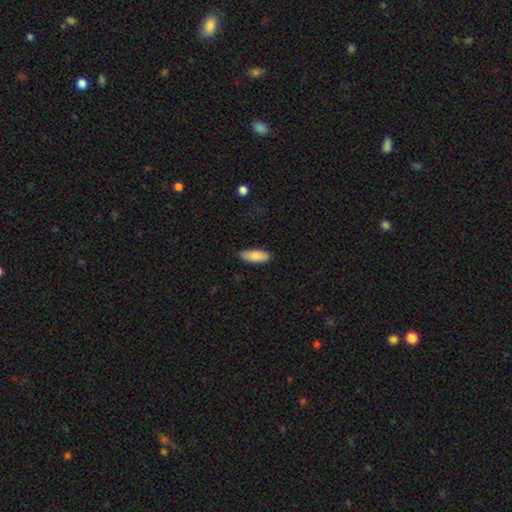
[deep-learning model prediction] Smooth or featured? smooth (88%)
How rounded? in between (79%)
Merging? none (86%)